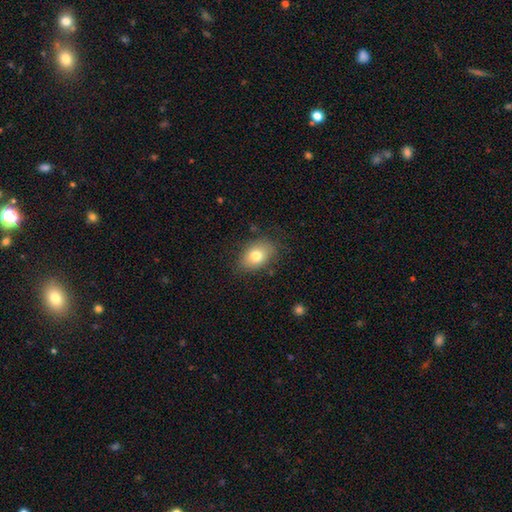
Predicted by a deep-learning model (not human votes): Q: Smooth or featured?
A: smooth (77%); runner-up: featured or disk (14%)
Q: How rounded?
A: in between (80%); runner-up: round (19%)
Q: Merging?
A: none (79%); runner-up: minor disturbance (15%)